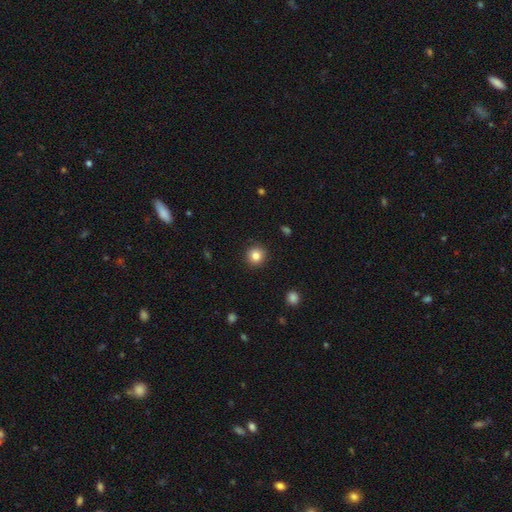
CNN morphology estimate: Q: Smooth or featured?
A: smooth (83%); runner-up: star or artifact (11%)
Q: How rounded?
A: round (93%); runner-up: in between (6%)
Q: Merging?
A: none (91%); runner-up: minor disturbance (6%)